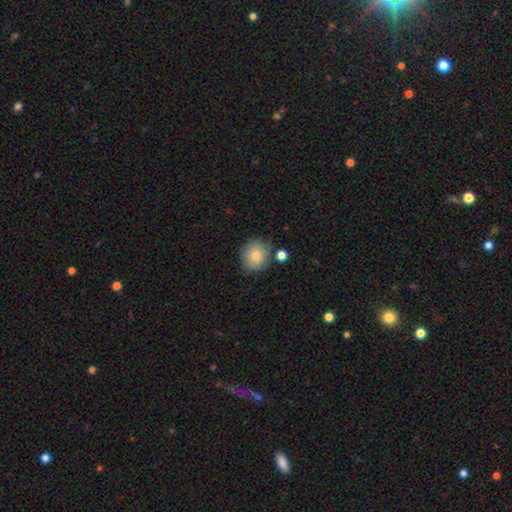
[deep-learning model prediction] A smooth galaxy with no disk features (82%) that is round (85%). Merging: none (72%).